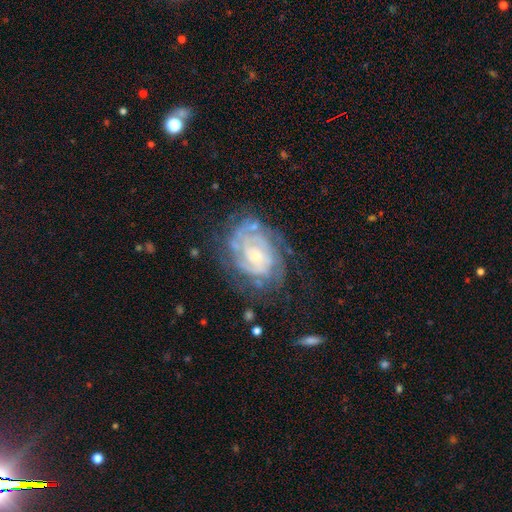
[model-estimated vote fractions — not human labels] A featured or disk galaxy (85%) with no bar (70%), tight (74%) spiral arms (94%) and a small central bulge (65%).

Vote fractions:
- Smooth or featured? featured or disk: 85% / smooth: 9% / star or artifact: 6%
- Edge-on disk? no: 97% / yes: 3%
- Bar? no: 70% / weak: 24% / strong: 5%
- Spiral arms? yes: 94% / no: 6%
- Spiral winding? tight: 74% / medium: 21% / loose: 5%
- Spiral arm count? can't tell: 41% / 2: 23% / 3: 16% / 4: 10% / more than 4: 5% / 1: 5%
- Bulge size? small: 65% / moderate: 30% / none: 2% / large: 2% / dominant: 1%
- Merging? none: 65% / minor disturbance: 21% / major disturbance: 12% / merger: 2%